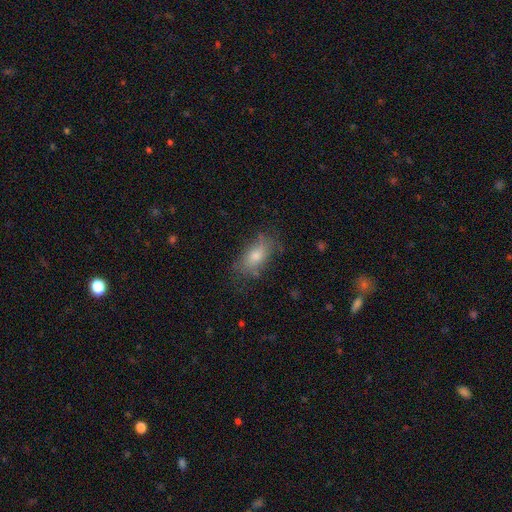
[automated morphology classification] type=smooth (69%); roundness=in between (85%); merging=none (66%).